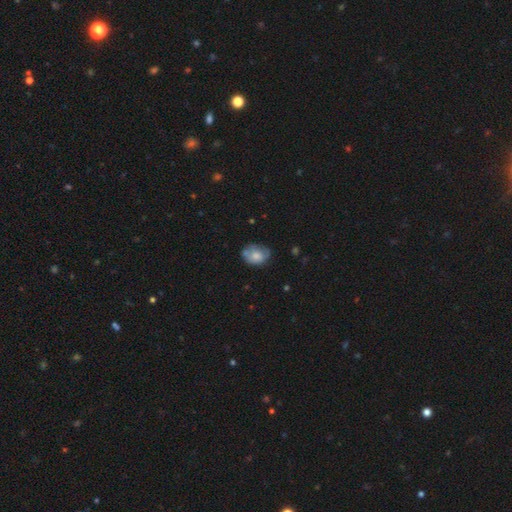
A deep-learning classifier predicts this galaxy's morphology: Smooth or featured: smooth — 62% (featured or disk — 30%)
How rounded: in between — 61% (round — 39%)
Merging: none — 52% (minor disturbance — 32%)